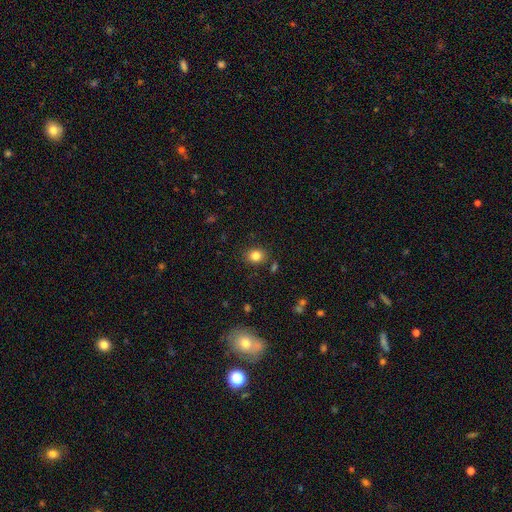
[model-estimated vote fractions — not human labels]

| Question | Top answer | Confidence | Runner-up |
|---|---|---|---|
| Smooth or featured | smooth | 82% | star or artifact (11%) |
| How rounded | round | 58% | in between (42%) |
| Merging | none | 84% | minor disturbance (10%) |